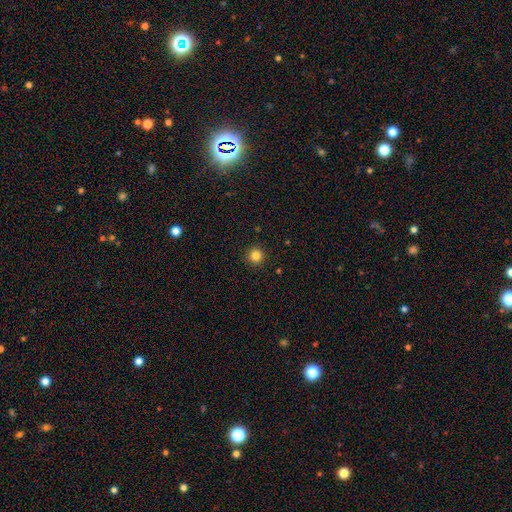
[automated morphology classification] smooth_or_featured: smooth (p=0.83) [alt: star or artifact p=0.12]
how_rounded: round (p=0.96) [alt: in between p=0.03]
merging: none (p=0.92) [alt: minor disturbance p=0.05]